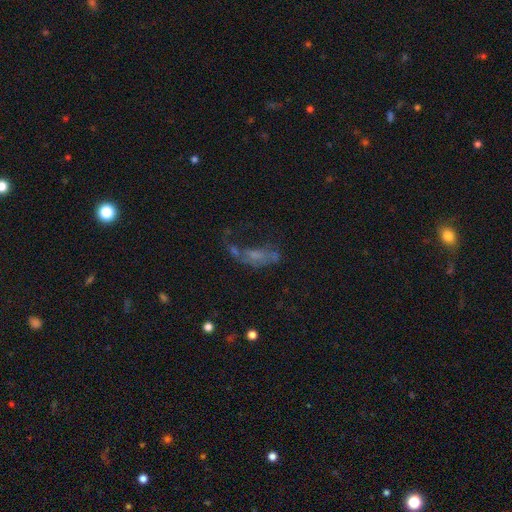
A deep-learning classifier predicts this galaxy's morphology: The model was most divided on "smooth or featured": featured or disk: 46%, smooth: 36%, star or artifact: 18%. Remaining: merging — major disturbance (44%).